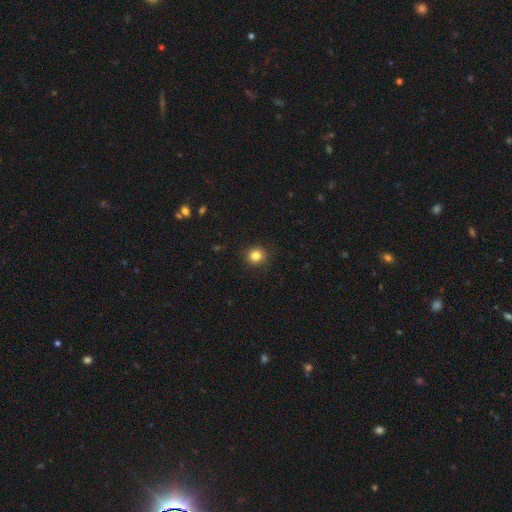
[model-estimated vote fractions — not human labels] Smooth or featured? smooth (83%)
How rounded? round (88%)
Merging? none (90%)